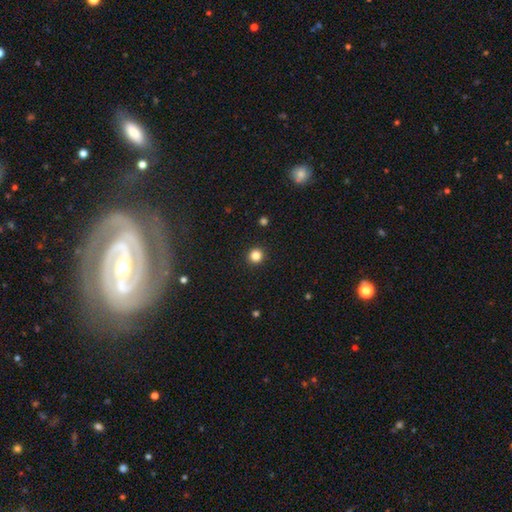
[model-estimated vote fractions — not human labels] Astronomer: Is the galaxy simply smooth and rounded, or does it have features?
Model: smooth — 84%.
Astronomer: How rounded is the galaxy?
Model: round — 95%.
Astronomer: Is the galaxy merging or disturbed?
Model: none — 93%.